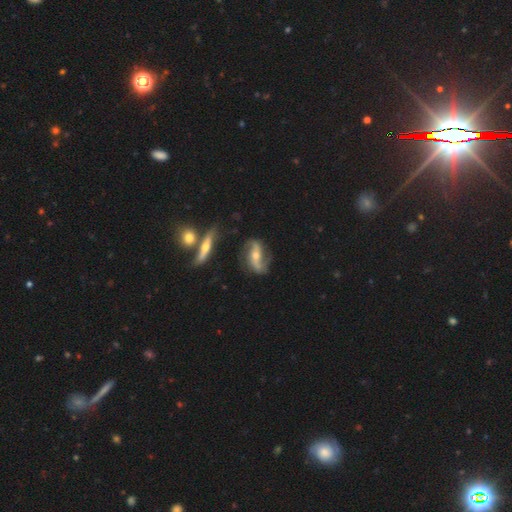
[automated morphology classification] This is clearly a featured or disk galaxy (87%). It is clearly not viewed edge-on (93%). Bar: marginally no (35%). Spiral arm pattern: clearly yes (96%). Spiral arm count: clearly 2 (92%). Spiral winding: likely loose (63%). Central bulge: possibly moderate (55%). Merging: likely none (75%).